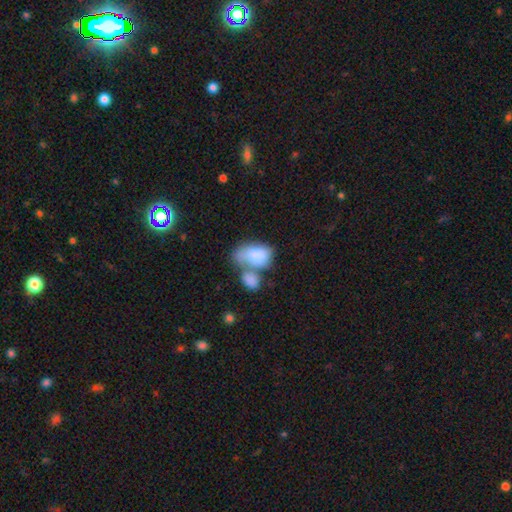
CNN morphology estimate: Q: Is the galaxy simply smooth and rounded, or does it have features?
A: smooth — 79%.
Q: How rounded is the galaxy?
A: in between — 90%.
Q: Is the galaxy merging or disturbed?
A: merger — 56%.